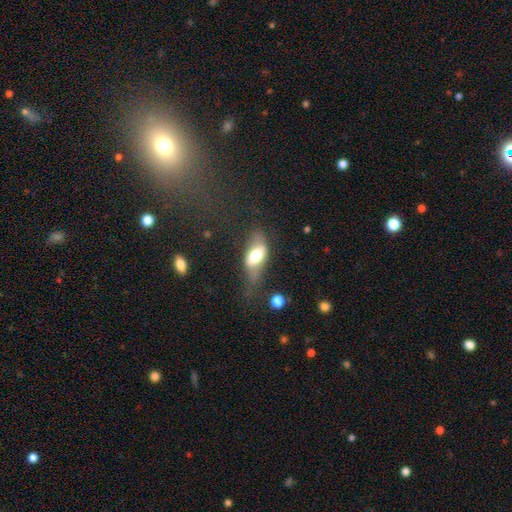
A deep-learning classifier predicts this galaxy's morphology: This is possibly a smooth galaxy (56%). How rounded: clearly in between (81%). Merging: marginally none (39%).